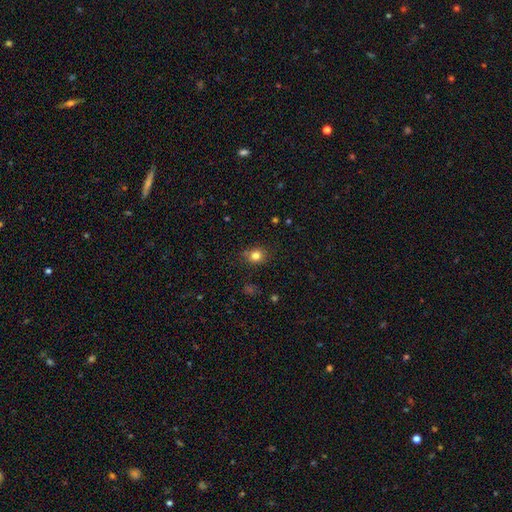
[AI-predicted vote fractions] smooth_or_featured: smooth (p=0.80) [alt: star or artifact p=0.13]
how_rounded: round (p=0.77) [alt: in between p=0.22]
merging: none (p=0.81) [alt: minor disturbance p=0.13]